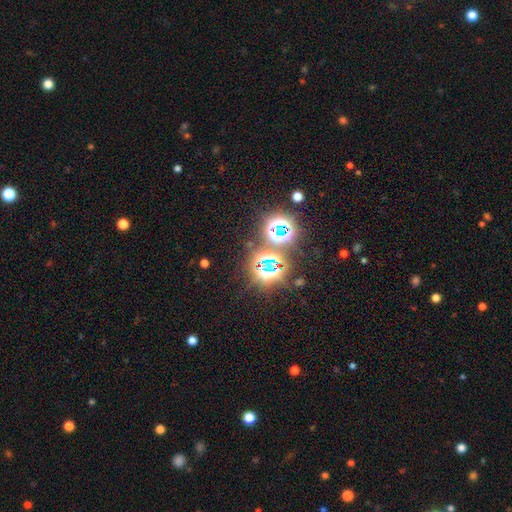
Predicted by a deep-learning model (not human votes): Smooth or featured? star or artifact (81%)